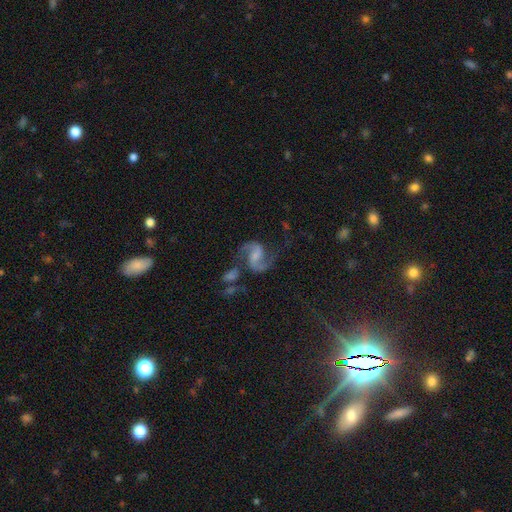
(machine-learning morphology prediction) Overall: featured or disk (89%). Edge-on disk: no (98%). Bar: weak (46%; no 31%). Spiral arms: yes (97%). Spiral arm count: 2 (93%). Spiral winding: medium (49%; loose 42%). Bulge size: small (39%; none 28%). Merging: none (60%).